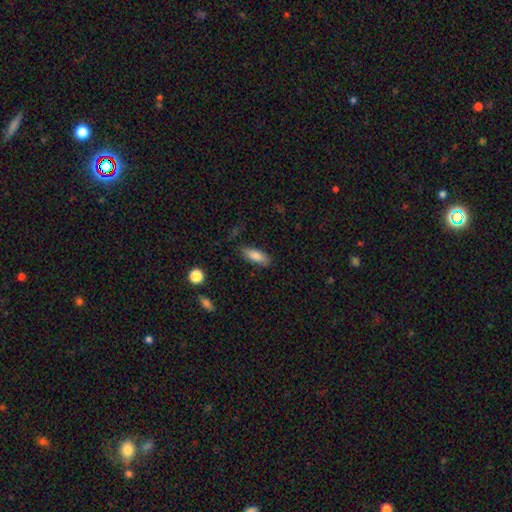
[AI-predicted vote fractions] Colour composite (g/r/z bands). It shows a smooth galaxy with no disk features (82%) that is in between round and cigar-shaped (70%). Merging: none (78%).